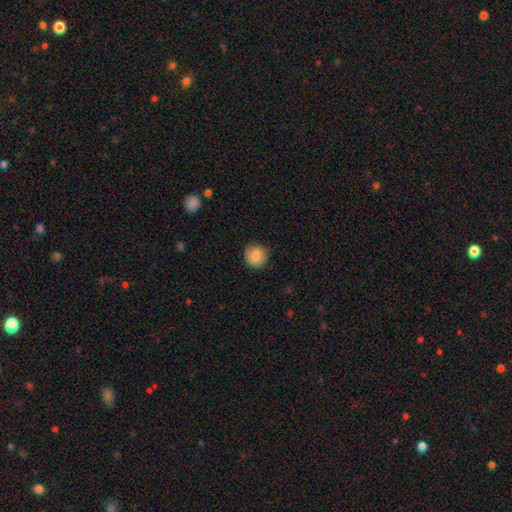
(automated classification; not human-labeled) Smooth or featured?
  - smooth: 84% *
  - star or artifact: 8%
  - featured or disk: 8%
How rounded?
  - round: 90% *
  - in between: 9%
  - cigar-shaped: 1%
Merging?
  - none: 84% *
  - minor disturbance: 12%
  - major disturbance: 3%
  - merger: 1%